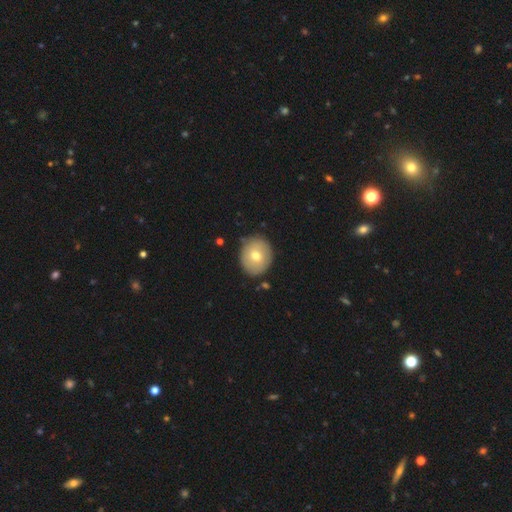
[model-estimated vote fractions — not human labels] This appears to be a smooth galaxy with no disk features (67%) that is round (68%). Merging: none (82%).